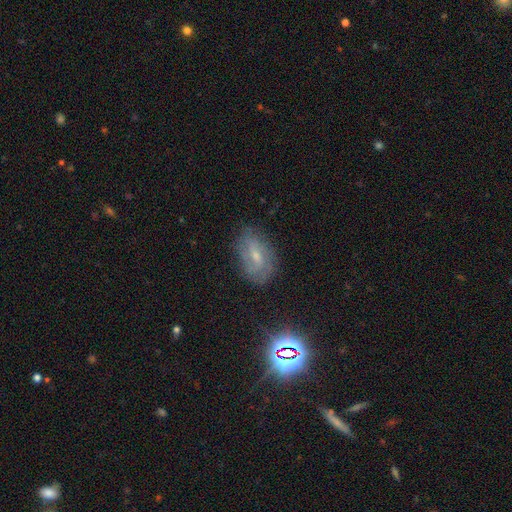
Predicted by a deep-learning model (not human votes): Morphology: type=featured or disk (57%); edge-on=no (94%); bar=weak (53%); spiral arms=yes (78%); bulge=small (54%); merging=none (71%).